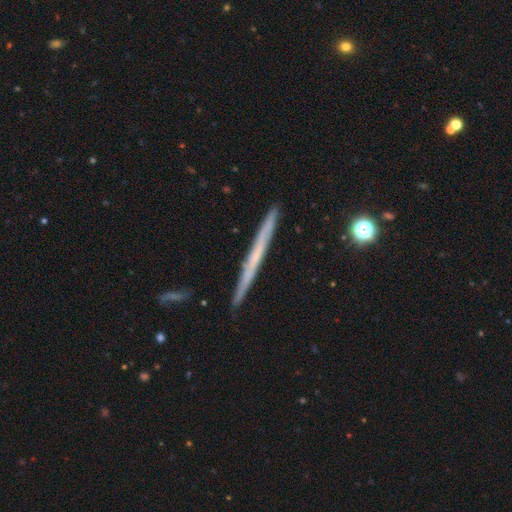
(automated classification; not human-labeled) Smooth or featured? featured or disk (56%)
Edge-on disk? yes (97%)
Edge-on bulge? none (86%)
Merging? none (91%)